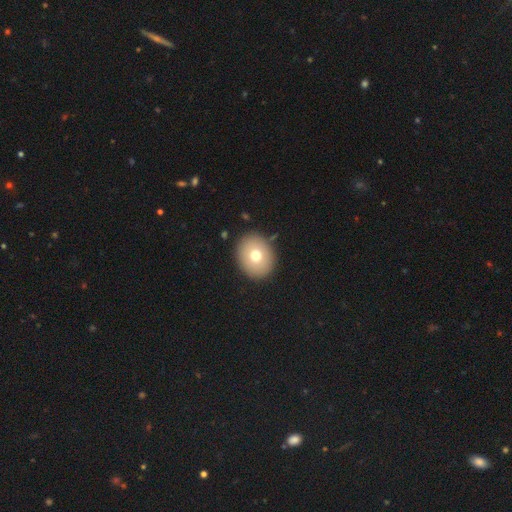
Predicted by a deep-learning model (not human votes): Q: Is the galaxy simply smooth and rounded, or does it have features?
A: smooth — 71%.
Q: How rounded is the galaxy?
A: round — 63%.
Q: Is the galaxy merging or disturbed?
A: none — 89%.